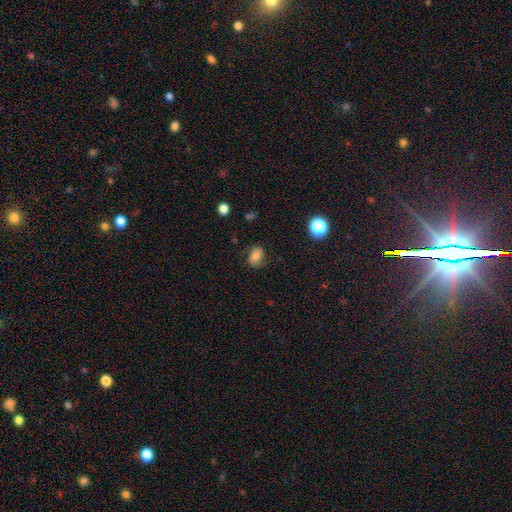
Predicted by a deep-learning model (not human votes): smooth 70%, featured or disk 18%, star or artifact 12%. Down the decision tree: how rounded — in between (74%); merging — none (70%).